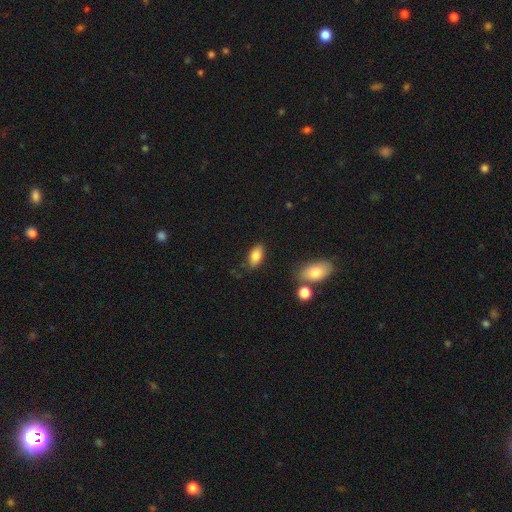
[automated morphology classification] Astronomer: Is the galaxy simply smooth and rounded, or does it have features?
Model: smooth — 83%.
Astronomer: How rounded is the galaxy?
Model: in between — 91%.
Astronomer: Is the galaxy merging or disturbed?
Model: none — 81%.